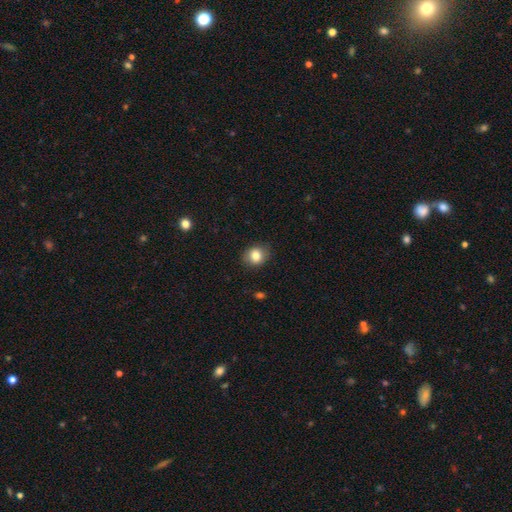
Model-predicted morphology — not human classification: Smooth or featured: smooth — 83% (star or artifact — 9%)
How rounded: round — 67% (in between — 32%)
Merging: none — 85% (minor disturbance — 11%)